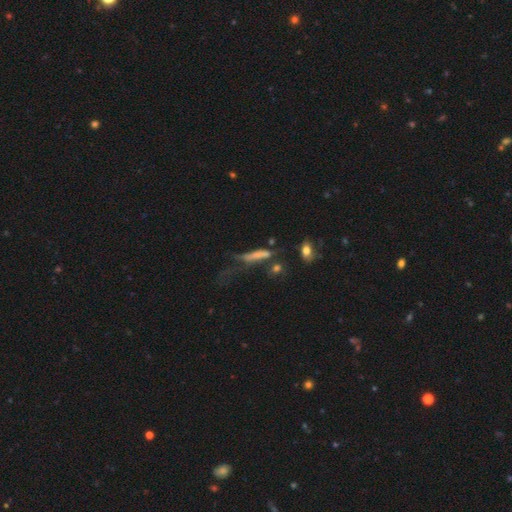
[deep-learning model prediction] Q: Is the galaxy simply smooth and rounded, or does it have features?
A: smooth — 54%.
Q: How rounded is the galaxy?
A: cigar-shaped — 78%.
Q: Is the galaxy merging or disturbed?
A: major disturbance — 35%.